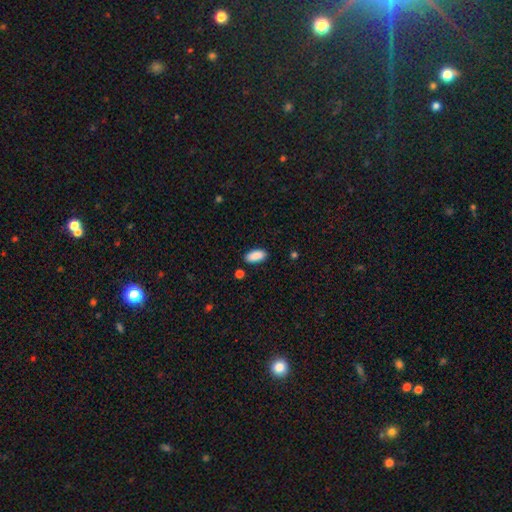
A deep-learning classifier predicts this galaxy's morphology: The model was most divided on "merging": none: 85%, minor disturbance: 10%, major disturbance: 2%, merger: 2%. More confident: how rounded — in between (90%); smooth or featured — smooth (90%).